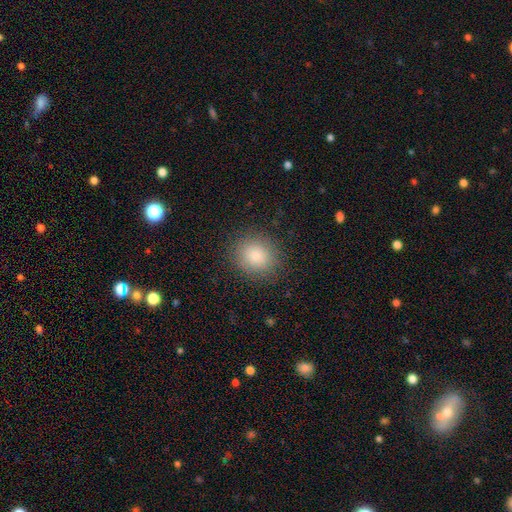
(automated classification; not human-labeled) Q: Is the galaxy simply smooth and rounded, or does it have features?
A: smooth — 85%.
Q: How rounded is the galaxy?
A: round — 79%.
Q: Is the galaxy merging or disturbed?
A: none — 87%.